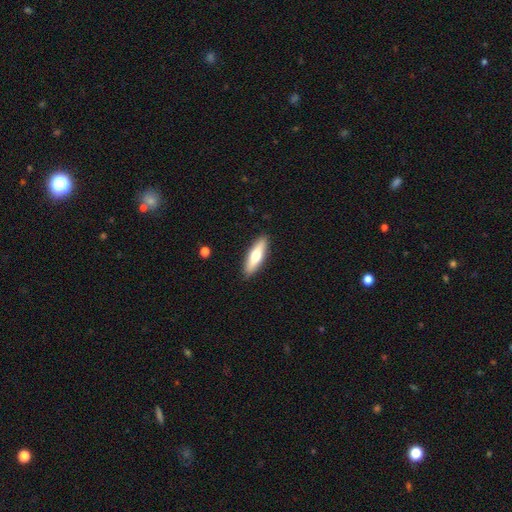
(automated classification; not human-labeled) This is likely a smooth galaxy (62%). How rounded: likely cigar-shaped (60%). Merging: clearly none (89%).